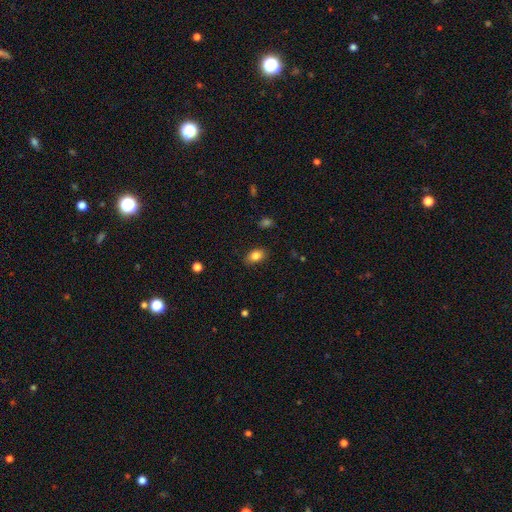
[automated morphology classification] type=smooth (82%); roundness=in between (85%); merging=none (86%).